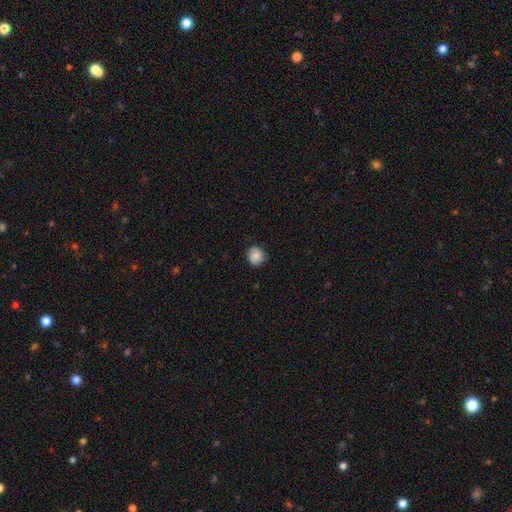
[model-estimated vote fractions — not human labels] Smooth or featured? smooth (83%)
How rounded? round (86%)
Merging? none (81%)